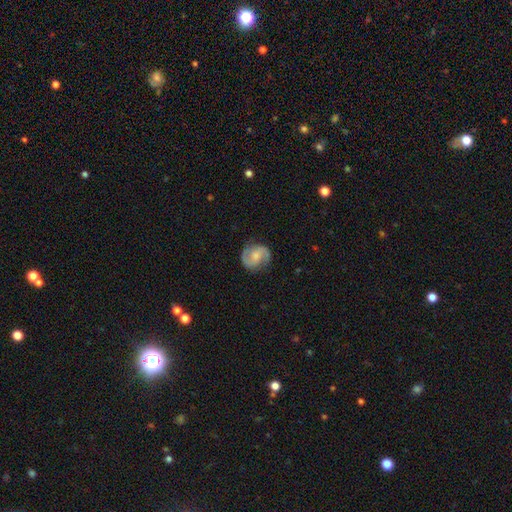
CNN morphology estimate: This appears to be a featured or disk galaxy (83%) with no bar (53%), 2 (92%) medium (54%) spiral arms (97%) and a small central bulge (43%). Merging: none (82%).